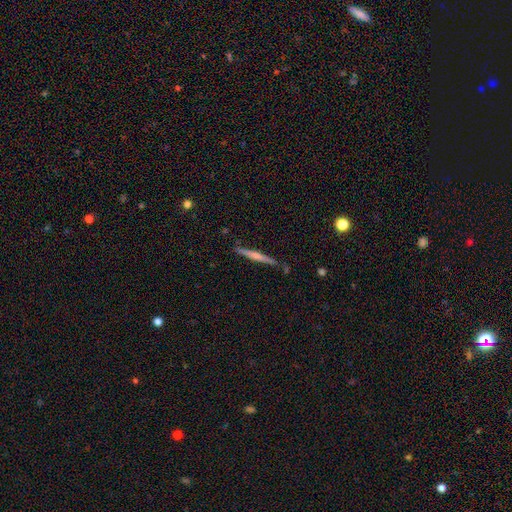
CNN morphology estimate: Smooth or featured? featured or disk (52%)
Edge-on disk? yes (97%)
Edge-on bulge? rounded (52%)
Merging? none (84%)